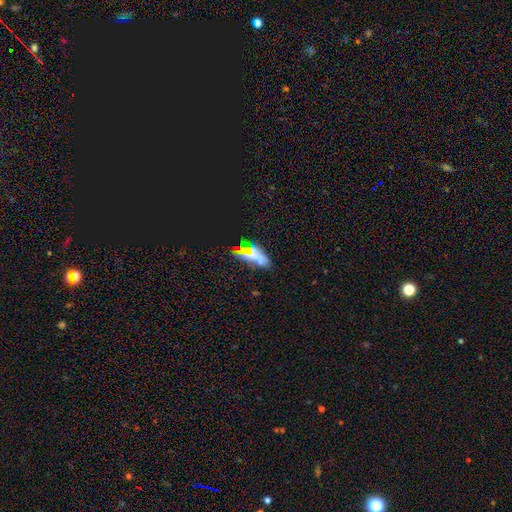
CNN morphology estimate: smooth_or_featured: smooth (p=0.55) [alt: star or artifact p=0.33]
how_rounded: in between (p=0.77) [alt: cigar-shaped p=0.14]
merging: none (p=0.68) [alt: minor disturbance p=0.18]